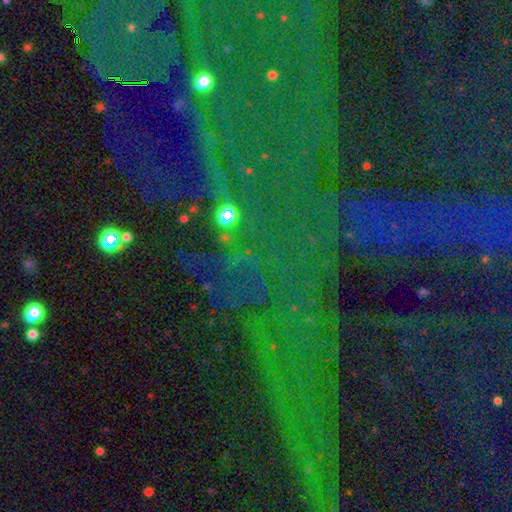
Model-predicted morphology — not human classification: Smooth or featured?
  - star or artifact: 83% *
  - smooth: 9%
  - featured or disk: 8%